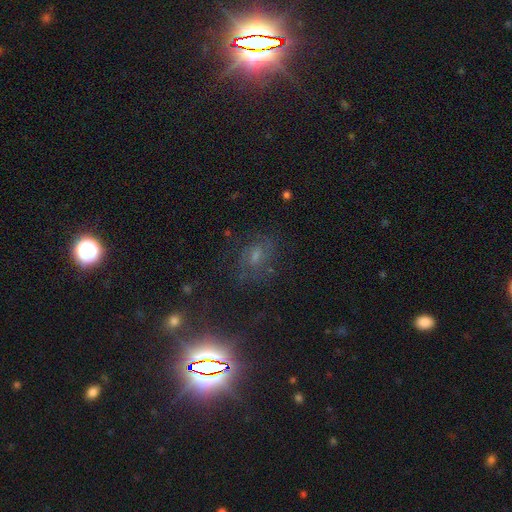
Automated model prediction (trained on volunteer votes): star or artifact 50%, featured or disk 28%, smooth 22%.